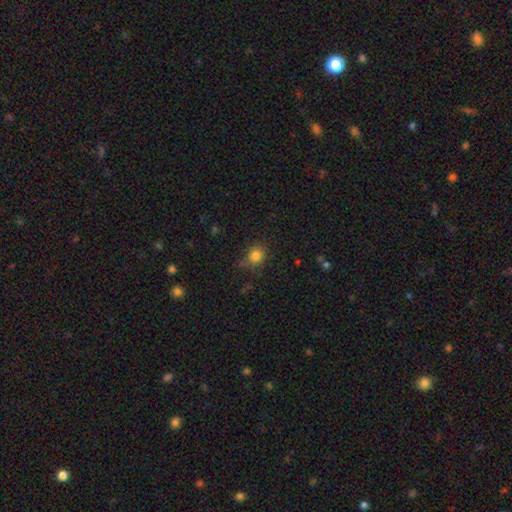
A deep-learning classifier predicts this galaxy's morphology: This appears to be a smooth galaxy with no disk features (82%) that is round (77%). Merging: none (75%).